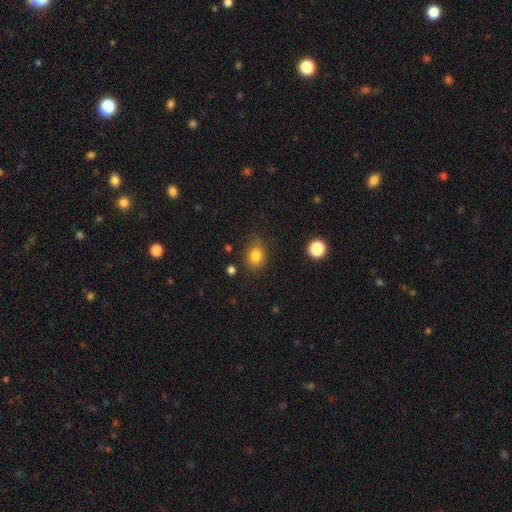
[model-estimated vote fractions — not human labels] Smooth or featured? Predicted: smooth (p=0.83). How rounded? Predicted: in between (p=0.54). Merging? Predicted: none (p=0.77).